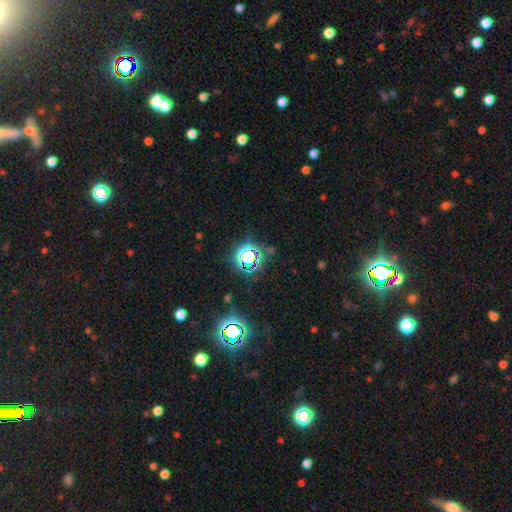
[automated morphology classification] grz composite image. It shows a star or artifact, not a galaxy (74%).